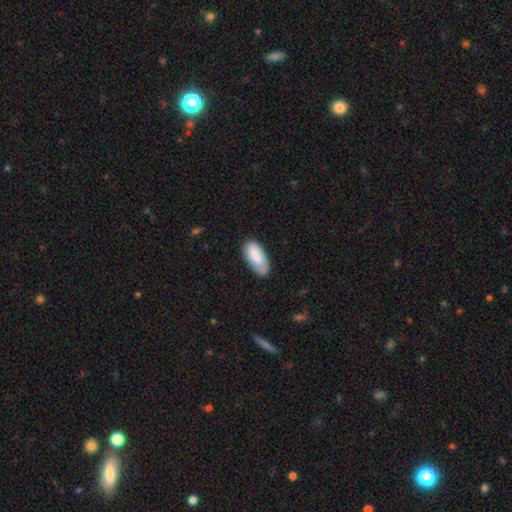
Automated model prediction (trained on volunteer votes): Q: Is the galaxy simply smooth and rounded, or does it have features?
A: smooth — 83%.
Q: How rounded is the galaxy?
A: in between — 87%.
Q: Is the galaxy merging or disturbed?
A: none — 71%.